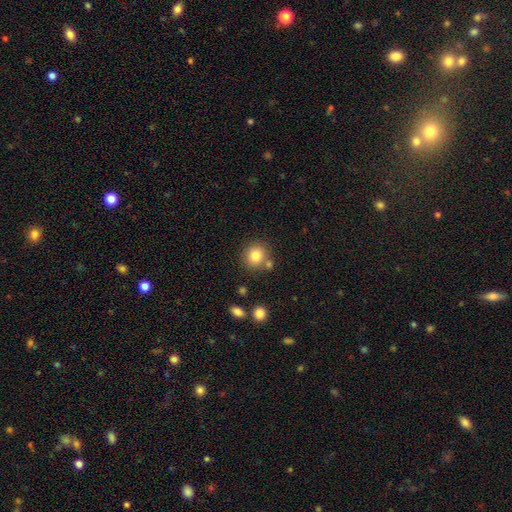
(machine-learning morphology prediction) Overall: smooth (82%). How rounded: round (86%). Merging: none (73%).